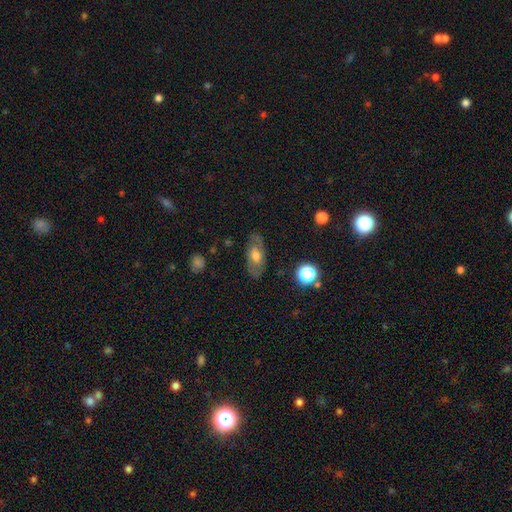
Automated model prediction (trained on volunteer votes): This appears to be a featured or disk galaxy (46%). Merging: none (80%).